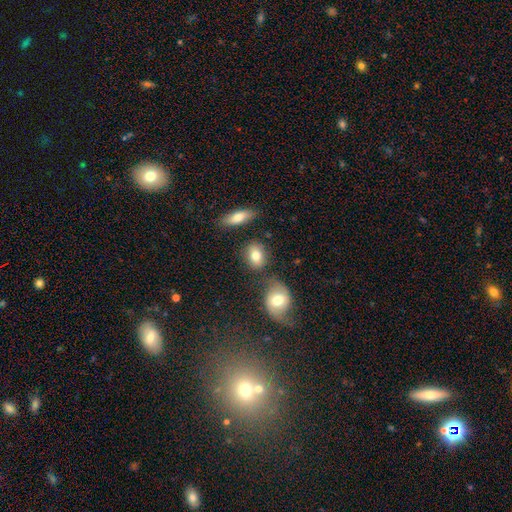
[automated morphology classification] smooth 79%, featured or disk 12%, star or artifact 9%. Down the decision tree: how rounded — in between (59%); merging — none (71%).